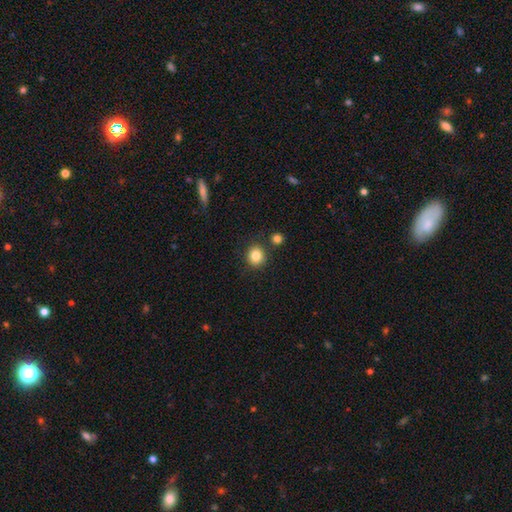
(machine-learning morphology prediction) Smooth or featured? Predicted: smooth (p=0.84). How rounded? Predicted: round (p=0.86). Merging? Predicted: none (p=0.83).